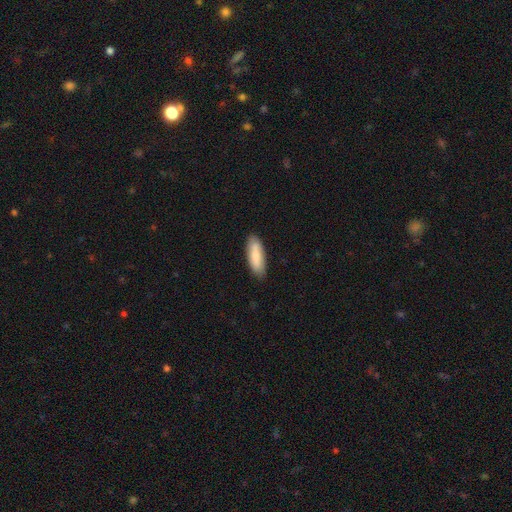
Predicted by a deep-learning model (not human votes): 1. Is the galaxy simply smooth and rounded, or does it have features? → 77% smooth, 17% featured or disk, 6% star or artifact.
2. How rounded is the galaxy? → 63% in between, 36% cigar-shaped, 2% round.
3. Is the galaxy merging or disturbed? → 86% none, 11% minor disturbance, 2% major disturbance, 1% merger.